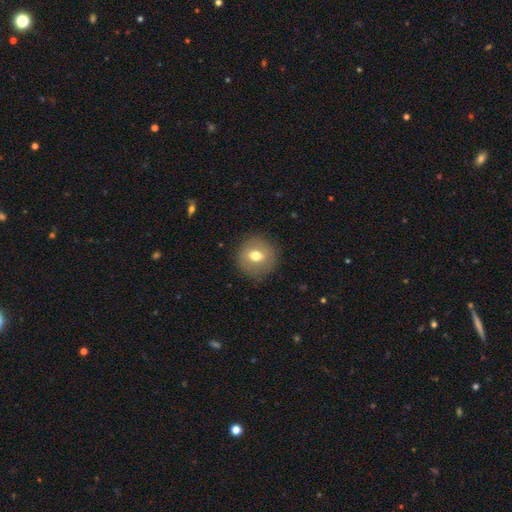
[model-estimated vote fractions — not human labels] smooth_or_featured: smooth (p=0.66) [alt: featured or disk p=0.24]
how_rounded: round (p=0.88) [alt: in between p=0.11]
merging: none (p=0.87) [alt: minor disturbance p=0.09]